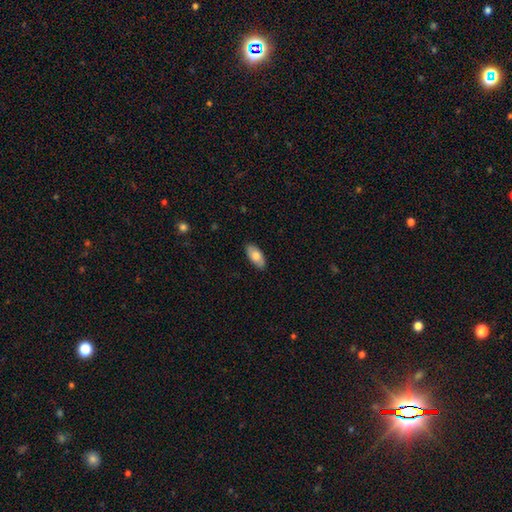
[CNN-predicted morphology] The model was most divided on "smooth or featured": smooth: 77%, featured or disk: 17%, star or artifact: 6%. More confident: how rounded — in between (92%); merging — none (87%).